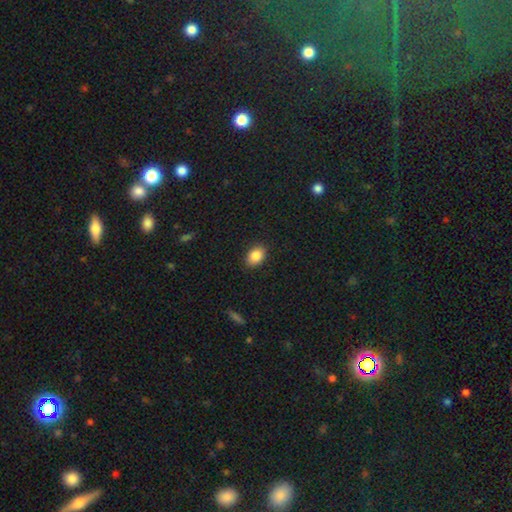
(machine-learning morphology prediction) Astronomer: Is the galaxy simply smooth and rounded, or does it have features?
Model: smooth — 86%.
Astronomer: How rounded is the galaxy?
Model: in between — 76%.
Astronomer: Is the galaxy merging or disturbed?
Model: none — 88%.